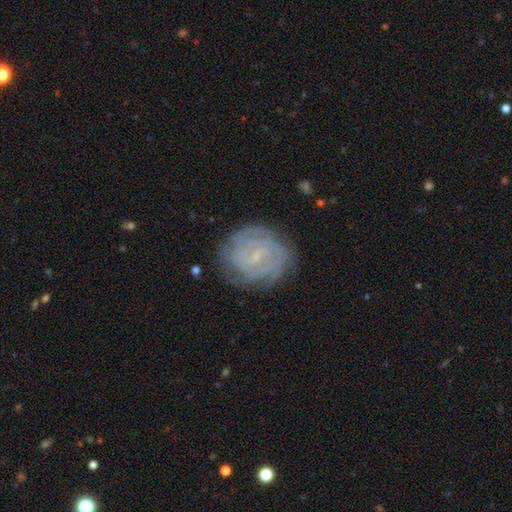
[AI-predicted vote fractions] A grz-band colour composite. It shows a featured or disk galaxy (71%) with a weak bar (46%), tight (74%) spiral arms (91%) and a small central bulge (77%). Merging: none (79%).